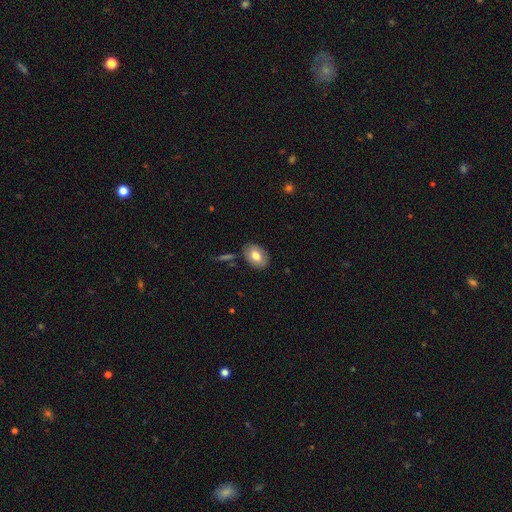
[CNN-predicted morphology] Smooth or featured? Predicted: smooth (p=0.72). How rounded? Predicted: in between (p=0.82). Merging? Predicted: none (p=0.84).